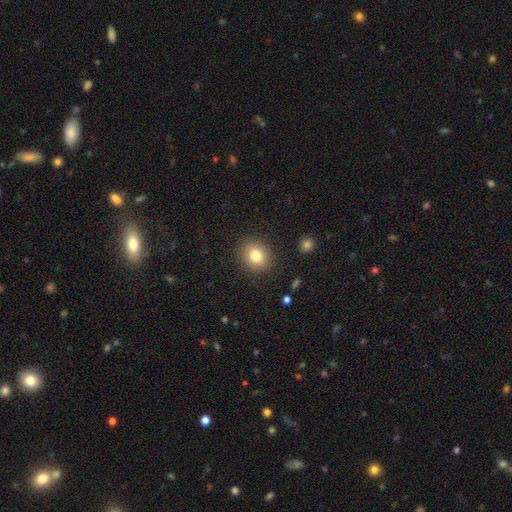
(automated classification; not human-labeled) The model was most divided on "how rounded": round: 68%, in between: 31%, cigar-shaped: 1%. More confident: merging — none (88%); smooth or featured — smooth (80%).